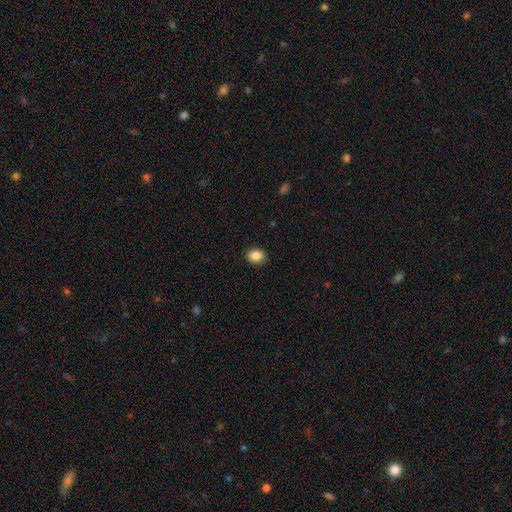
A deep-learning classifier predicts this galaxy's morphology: Smooth or featured? smooth (87%)
How rounded? in between (60%)
Merging? none (90%)